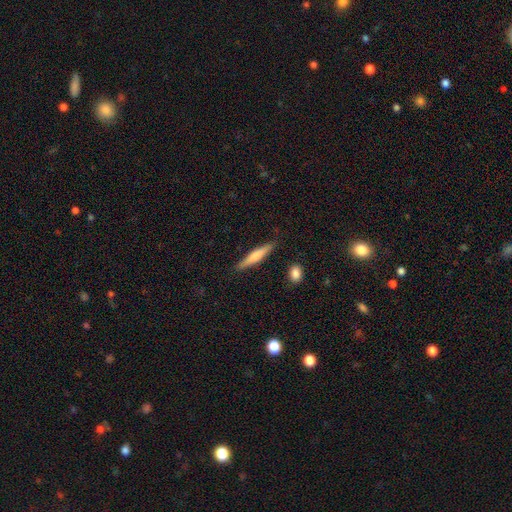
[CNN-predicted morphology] Smooth or featured?
  - smooth: 56% *
  - featured or disk: 39%
  - star or artifact: 6%
How rounded?
  - cigar-shaped: 90% *
  - in between: 8%
  - round: 2%
Merging?
  - none: 86% *
  - minor disturbance: 10%
  - major disturbance: 2%
  - merger: 2%